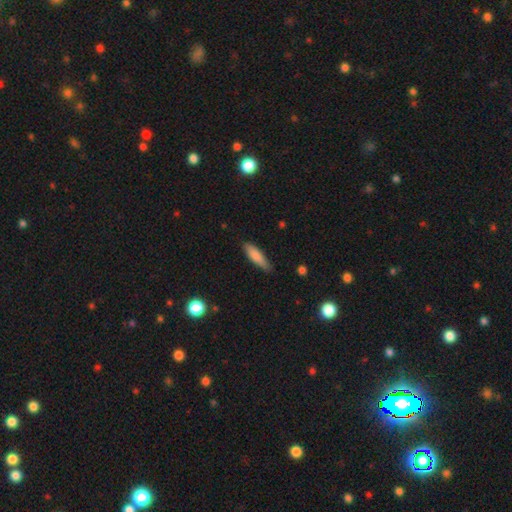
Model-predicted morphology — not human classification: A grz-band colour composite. It shows a smooth galaxy with no disk features (81%) that is cigar-shaped (66%). Merging: none (79%).